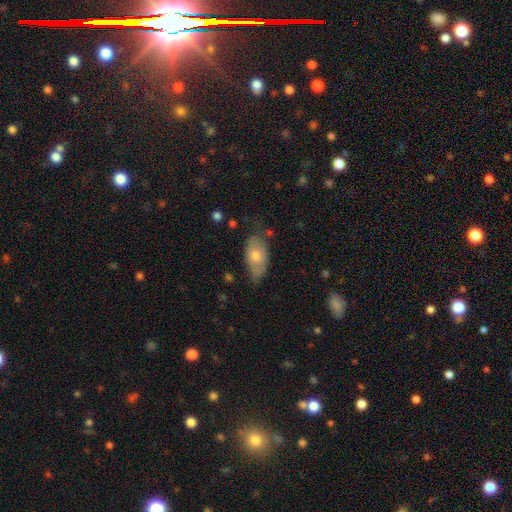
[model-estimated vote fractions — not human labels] smooth_or_featured: smooth (p=0.65) [alt: featured or disk p=0.28]
how_rounded: in between (p=0.91) [alt: round p=0.05]
merging: none (p=0.61) [alt: minor disturbance p=0.29]